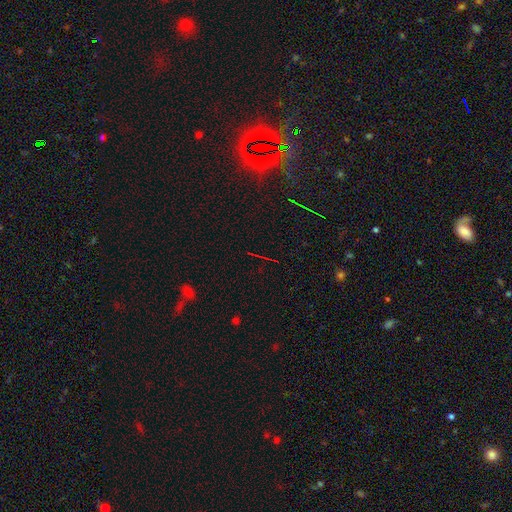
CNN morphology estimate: smooth-or-featured: star or artifact: 77% | featured or disk: 13% | smooth: 11%